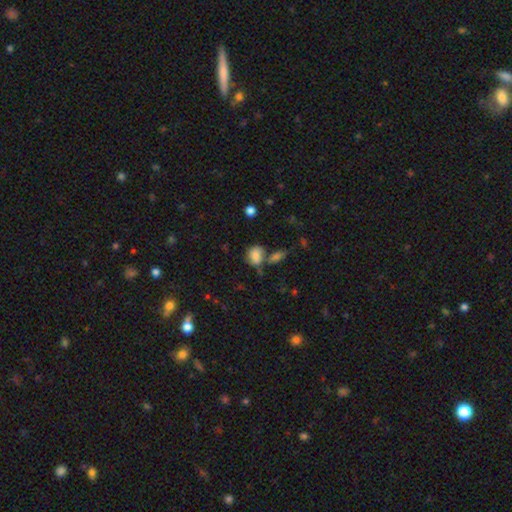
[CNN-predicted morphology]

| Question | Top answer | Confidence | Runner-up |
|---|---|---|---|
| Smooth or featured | smooth | 79% | star or artifact (10%) |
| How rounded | in between | 49% | tied: round (49%) |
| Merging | none | 50% | merger (25%) |